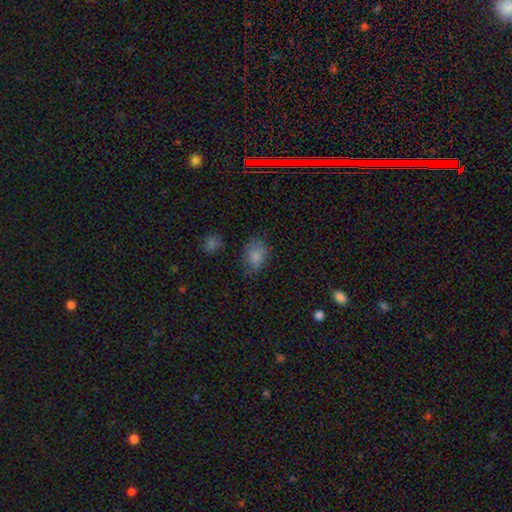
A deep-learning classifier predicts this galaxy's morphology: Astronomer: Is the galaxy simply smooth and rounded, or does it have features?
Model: smooth — 82%.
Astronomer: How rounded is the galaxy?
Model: in between — 73%.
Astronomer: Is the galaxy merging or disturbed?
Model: none — 64%.